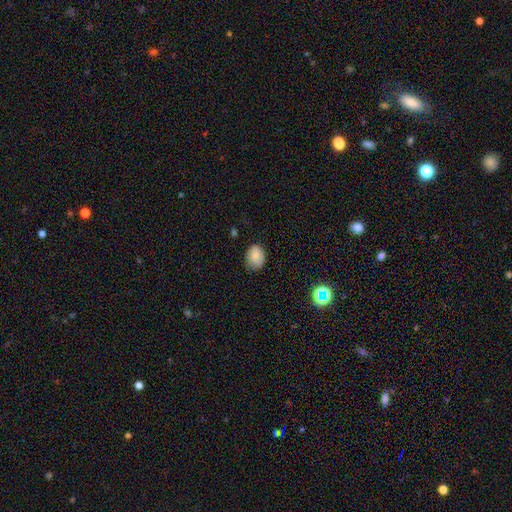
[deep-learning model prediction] This appears to be a smooth galaxy with no disk features (84%) that is in between round and cigar-shaped (61%). Merging: none (70%).